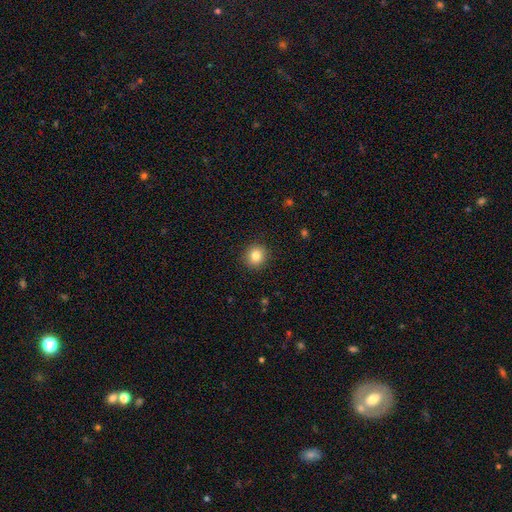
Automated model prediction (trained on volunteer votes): Q: Smooth or featured?
A: smooth (83%); runner-up: star or artifact (11%)
Q: How rounded?
A: round (91%); runner-up: in between (8%)
Q: Merging?
A: none (91%); runner-up: minor disturbance (6%)